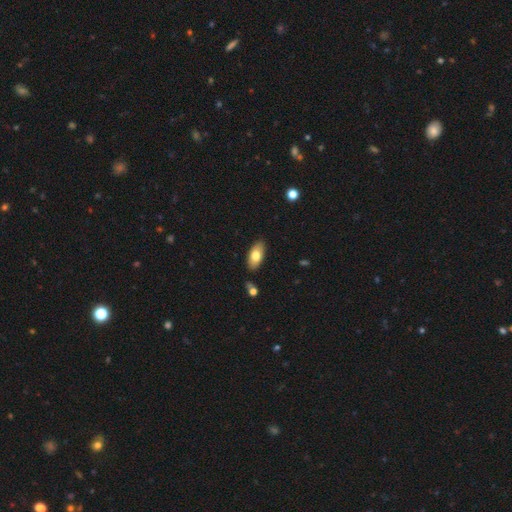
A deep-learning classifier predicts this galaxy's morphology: Smooth or featured: smooth — 75% (featured or disk — 18%)
How rounded: in between — 89% (cigar-shaped — 8%)
Merging: none — 85% (minor disturbance — 10%)